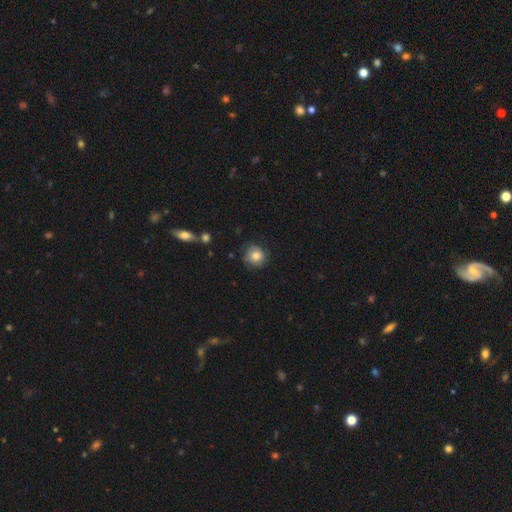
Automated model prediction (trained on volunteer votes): Smooth or featured: smooth — 68% (featured or disk — 23%)
How rounded: round — 87% (in between — 12%)
Merging: none — 73% (minor disturbance — 19%)